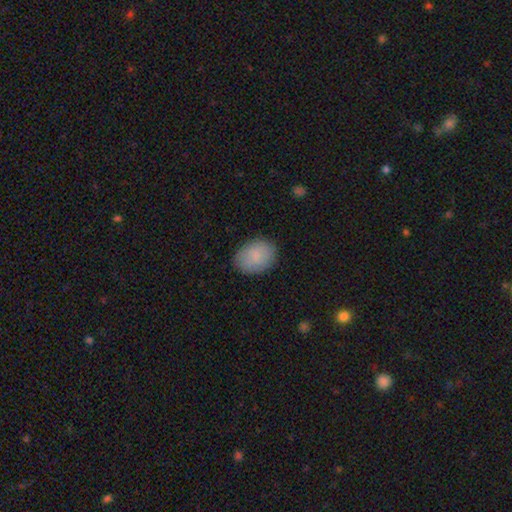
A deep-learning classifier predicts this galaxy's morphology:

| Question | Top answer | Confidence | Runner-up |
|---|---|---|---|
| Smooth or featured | smooth | 85% | featured or disk (8%) |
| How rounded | in between | 71% | round (28%) |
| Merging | none | 85% | minor disturbance (12%) |